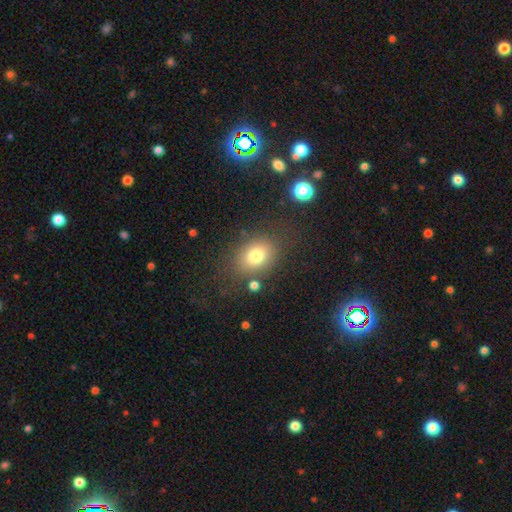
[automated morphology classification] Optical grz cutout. It shows a smooth galaxy with no disk features (77%) that is in between round and cigar-shaped (61%). Merging: none (76%).